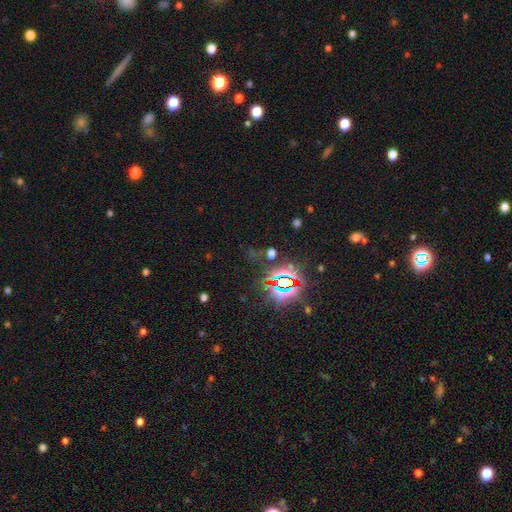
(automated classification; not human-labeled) A star or artifact, not a galaxy (81%).

Vote fractions:
- Smooth or featured? star or artifact: 81% / smooth: 11% / featured or disk: 8%